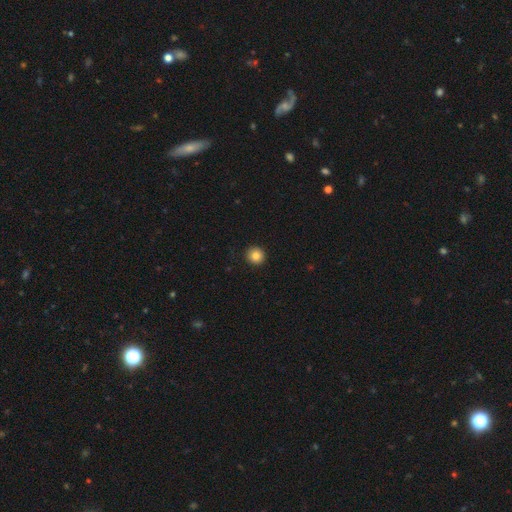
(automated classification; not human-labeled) Smooth or featured? smooth (84%)
How rounded? round (94%)
Merging? none (92%)